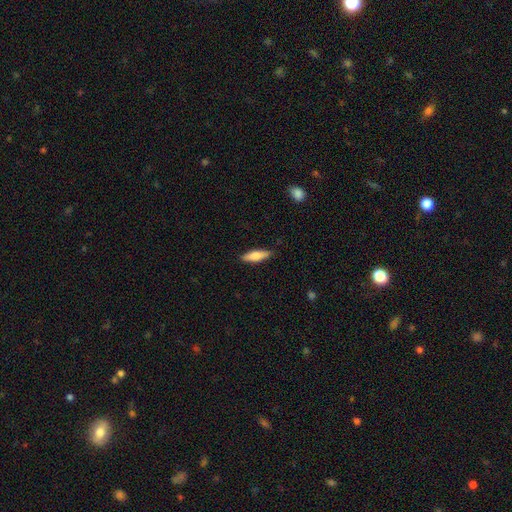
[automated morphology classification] Smooth or featured? smooth (71%)
How rounded? cigar-shaped (59%)
Merging? none (88%)